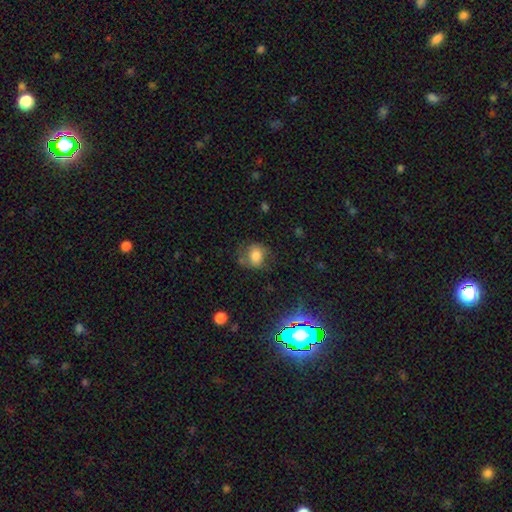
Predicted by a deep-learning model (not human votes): Overall: smooth (70%). How rounded: round (59%; in between 39%). Merging: none (59%; minor disturbance 24%).